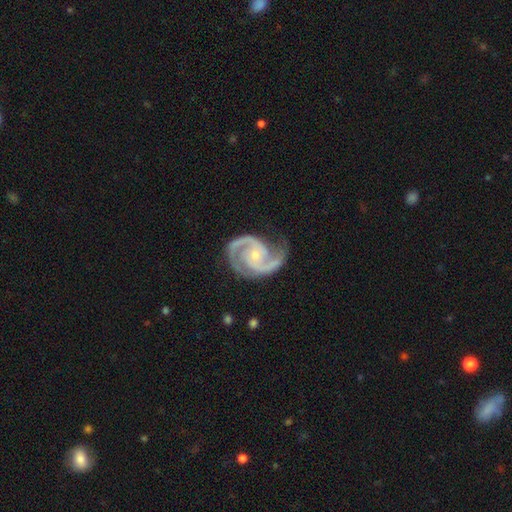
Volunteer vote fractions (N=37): Smooth or featured? featured or disk (97%)
Edge-on disk? no (100%)
Bar? no (61%)
Spiral arms? yes (100%)
Spiral winding? medium (50%)
Spiral arm count? 2 (94%)
Bulge size? small (64%)
Merging? none (56%)